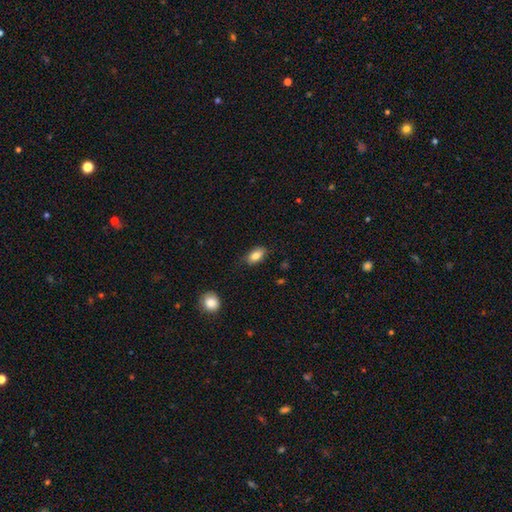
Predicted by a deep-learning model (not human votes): This appears to be a smooth galaxy with no disk features (82%) that is in between round and cigar-shaped (90%). Merging: none (80%).